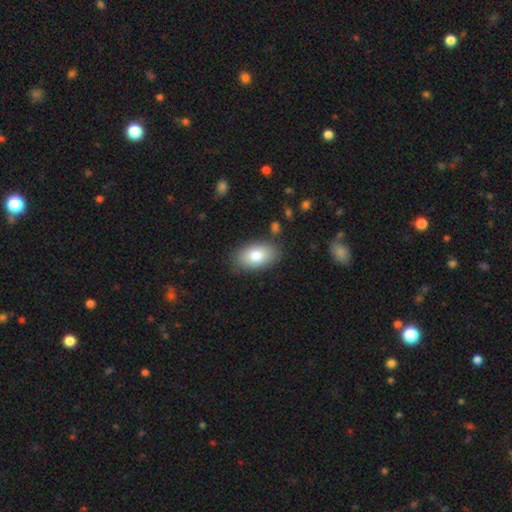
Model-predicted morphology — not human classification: smooth 81%, featured or disk 12%, star or artifact 7%. Down the decision tree: how rounded — in between (93%); merging — none (83%).